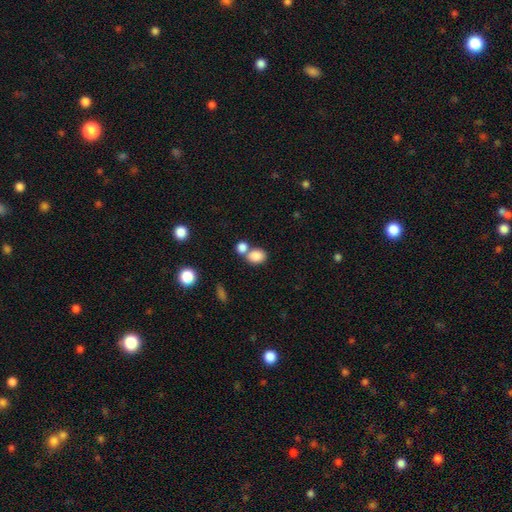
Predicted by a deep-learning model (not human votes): This is clearly a smooth galaxy (84%). How rounded: possibly in between (55%). Merging: marginally none (44%, tied with merger).